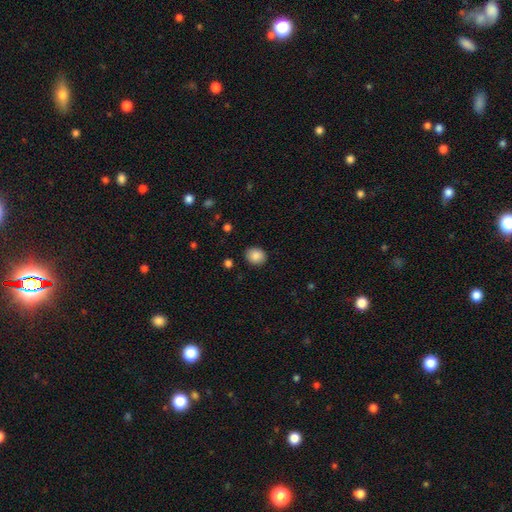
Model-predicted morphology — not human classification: smooth 87%, star or artifact 9%, featured or disk 4%. Down the decision tree: how rounded — round (65%); merging — none (89%).